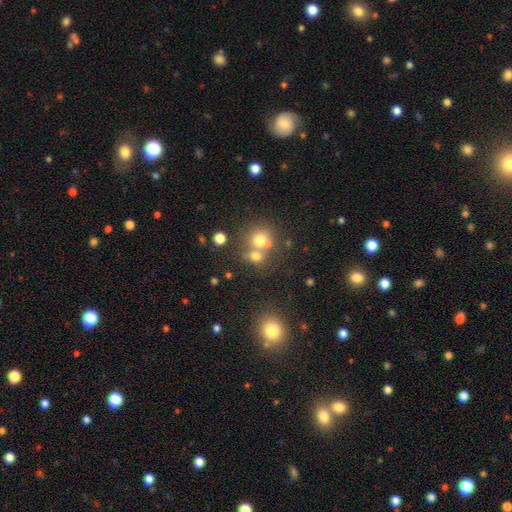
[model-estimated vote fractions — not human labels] Smooth or featured? smooth (69%)
How rounded? round (79%)
Merging? none (44%, tied with merger)